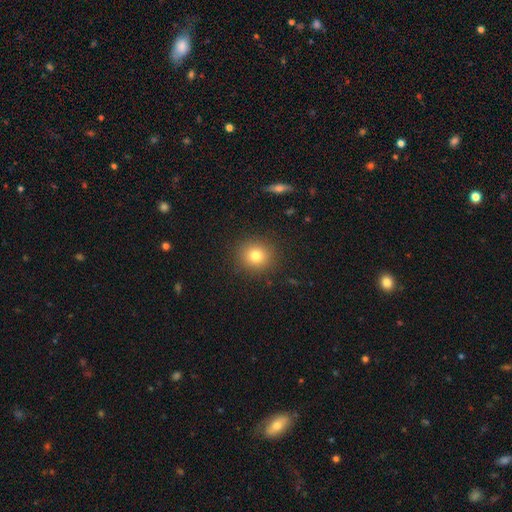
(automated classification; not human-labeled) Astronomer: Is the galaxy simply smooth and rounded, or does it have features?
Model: smooth — 79%.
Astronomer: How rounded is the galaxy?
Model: round — 87%.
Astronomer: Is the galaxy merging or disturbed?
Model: none — 90%.